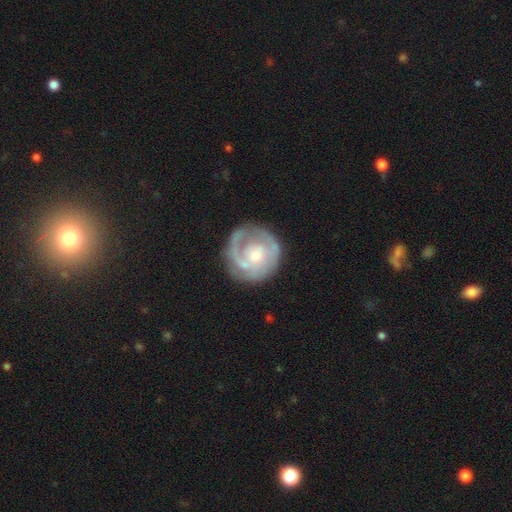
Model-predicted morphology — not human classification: featured or disk 74%, smooth 20%, star or artifact 6%. Down the decision tree: edge-on disk — no (98%); bar — no (77%); spiral arms — yes (82%); spiral arm count — can't tell (33%); spiral winding — tight (61%); bulge size — small (59%); merging — none (71%).